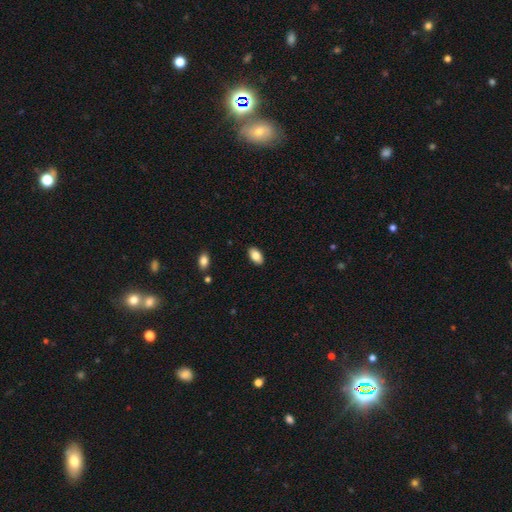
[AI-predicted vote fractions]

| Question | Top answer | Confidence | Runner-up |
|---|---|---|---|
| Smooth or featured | smooth | 84% | featured or disk (9%) |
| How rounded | in between | 93% | round (5%) |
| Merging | none | 89% | minor disturbance (8%) |